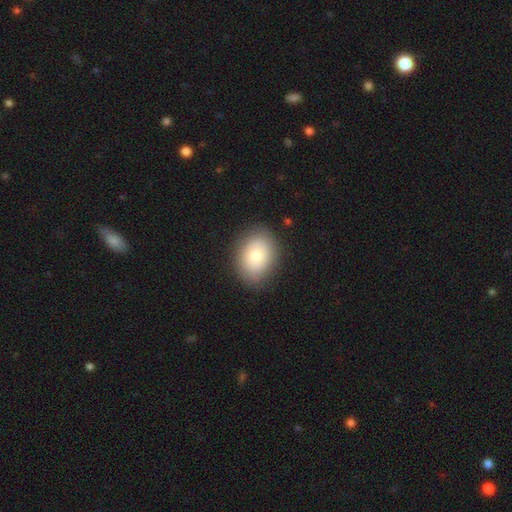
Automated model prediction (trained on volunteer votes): Overall: smooth (78%). How rounded: in between (64%; round 35%). Merging: none (84%).